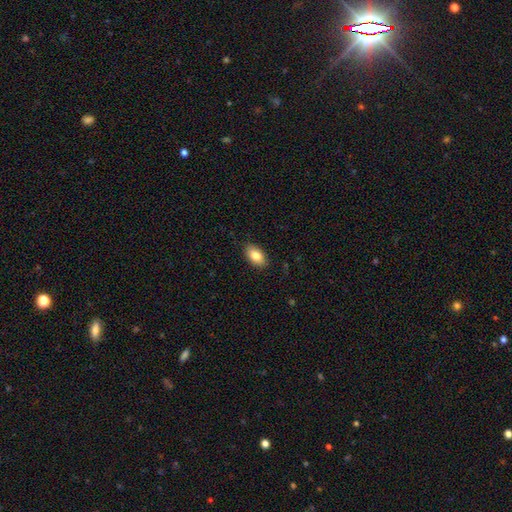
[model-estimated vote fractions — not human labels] A smooth galaxy with no disk features (83%) that is in between round and cigar-shaped (92%).

Vote fractions:
- Smooth or featured? smooth: 83% / featured or disk: 10% / star or artifact: 7%
- How rounded? in between: 92% / round: 6% / cigar-shaped: 2%
- Merging? none: 87% / minor disturbance: 10% / major disturbance: 2% / merger: 1%